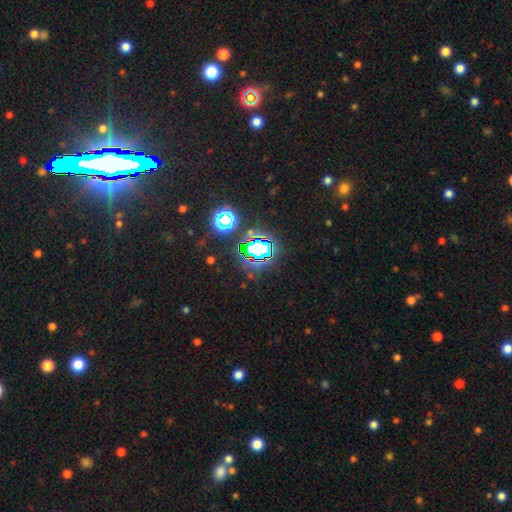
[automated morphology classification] smooth_or_featured: star or artifact (p=0.75) [alt: smooth p=0.17]